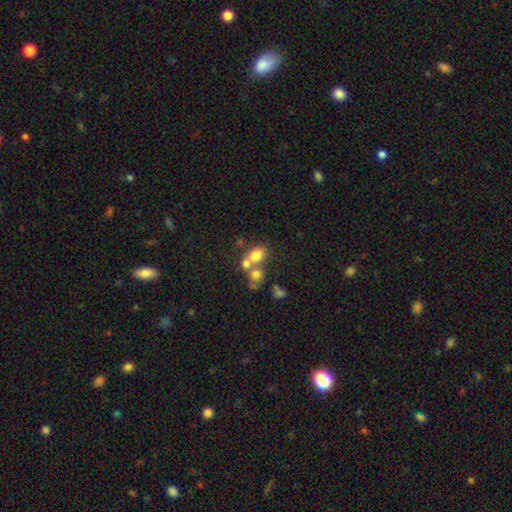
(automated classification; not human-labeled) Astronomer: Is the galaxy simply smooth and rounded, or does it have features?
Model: smooth — 69%.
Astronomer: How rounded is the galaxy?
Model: in between — 49%, tied with round at 49%.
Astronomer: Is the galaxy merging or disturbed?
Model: merger — 55% (runner-up: none, 32%).